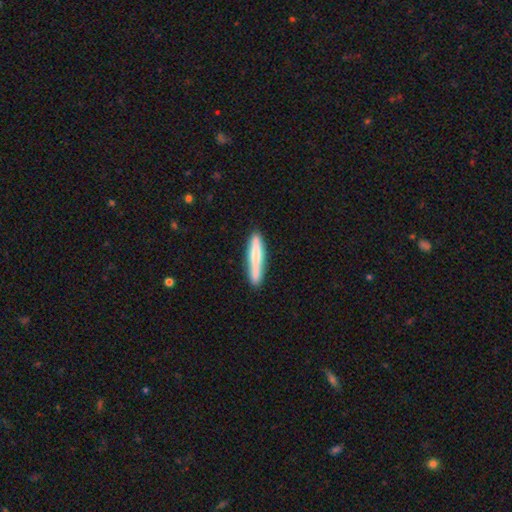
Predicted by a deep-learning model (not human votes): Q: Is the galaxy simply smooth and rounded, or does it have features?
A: smooth — 67%.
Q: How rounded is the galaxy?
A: cigar-shaped — 92%.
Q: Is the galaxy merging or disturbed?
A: none — 85%.